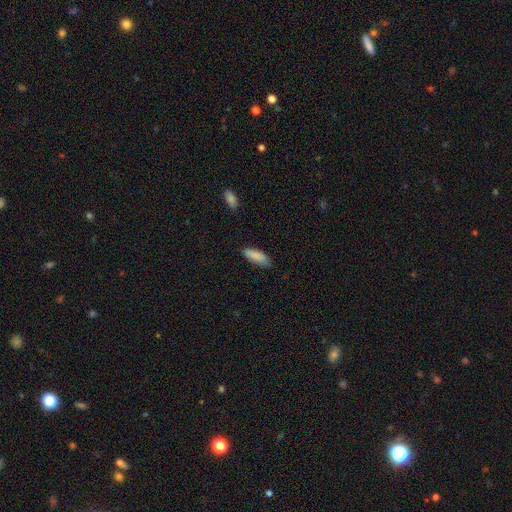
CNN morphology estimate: smooth_or_featured: smooth (p=0.88) [alt: featured or disk p=0.06]
how_rounded: in between (p=0.61) [alt: cigar-shaped p=0.37]
merging: none (p=0.78) [alt: minor disturbance p=0.18]